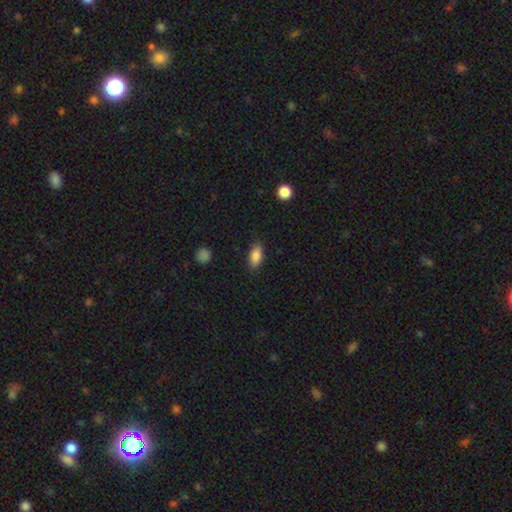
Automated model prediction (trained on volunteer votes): This appears to be a smooth galaxy with no disk features (86%) that is in between round and cigar-shaped (86%). Merging: none (86%).